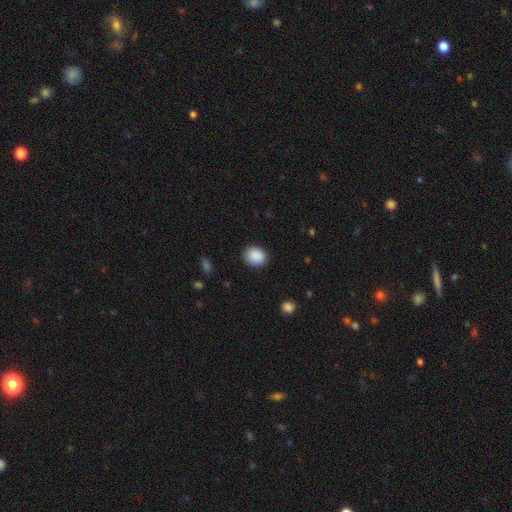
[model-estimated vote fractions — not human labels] Smooth or featured?
  - smooth: 89% *
  - star or artifact: 8%
  - featured or disk: 3%
How rounded?
  - round: 55% *
  - in between: 44%
  - cigar-shaped: 1%
Merging?
  - none: 88% *
  - minor disturbance: 9%
  - major disturbance: 2%
  - merger: 1%